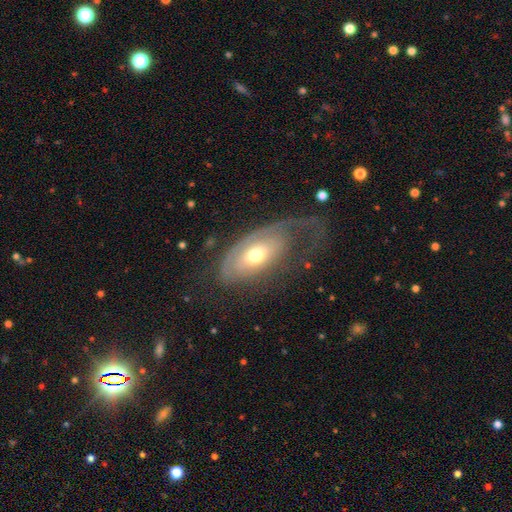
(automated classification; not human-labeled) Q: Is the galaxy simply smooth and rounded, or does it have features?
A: featured or disk — 54%.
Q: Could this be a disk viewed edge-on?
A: no — 86%.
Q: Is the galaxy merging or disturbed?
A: major disturbance — 41%.